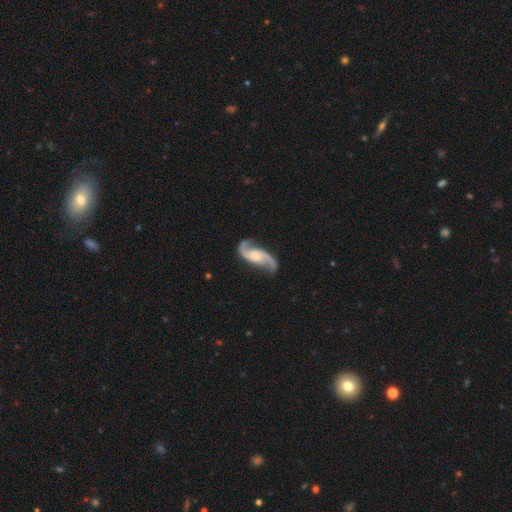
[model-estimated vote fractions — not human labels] This is clearly a featured or disk galaxy (91%). It is clearly not viewed edge-on (97%). Bar: possibly no (52%). Spiral arm pattern: clearly yes (98%). Spiral arm count: clearly 2 (94%). Spiral winding: possibly loose (54%). Central bulge: marginally moderate (37%). Merging: likely none (78%).